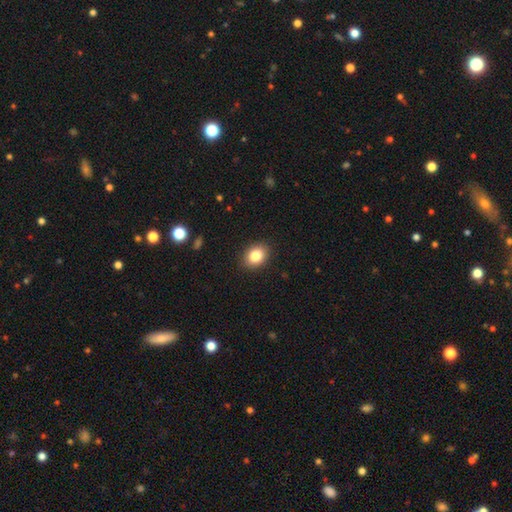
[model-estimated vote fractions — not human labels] smooth 83%, star or artifact 10%, featured or disk 7%. Down the decision tree: how rounded — in between (60%); merging — none (89%).